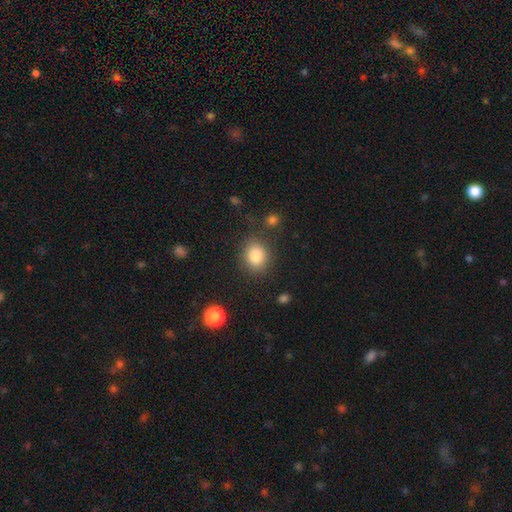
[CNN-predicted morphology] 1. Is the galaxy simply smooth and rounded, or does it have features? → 85% smooth, 9% star or artifact, 6% featured or disk.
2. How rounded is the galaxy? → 59% round, 40% in between, 1% cigar-shaped.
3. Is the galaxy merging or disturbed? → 80% none, 11% minor disturbance, 4% major disturbance, 4% merger.